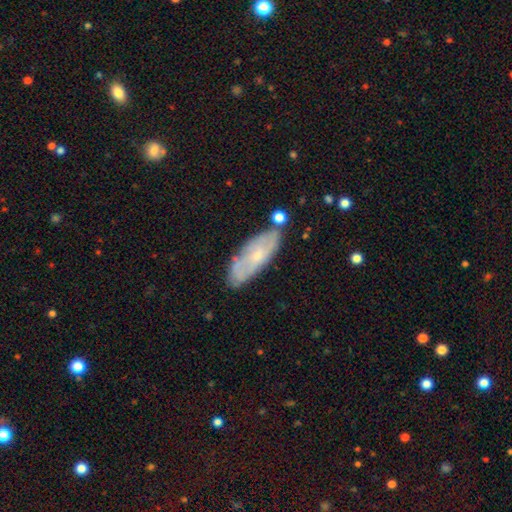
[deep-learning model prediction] Smooth or featured: featured or disk — 47% (smooth — 46%)
Merging: none — 72% (minor disturbance — 19%)